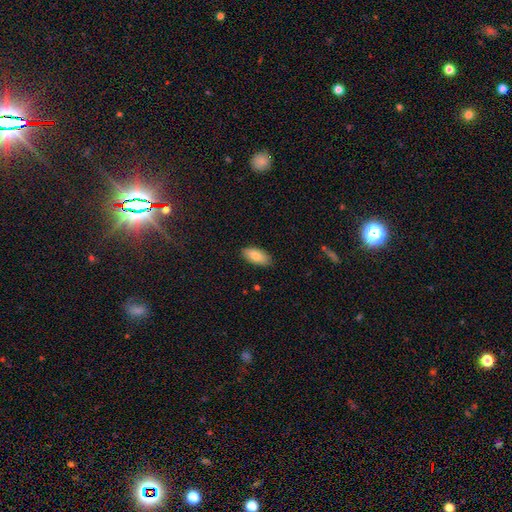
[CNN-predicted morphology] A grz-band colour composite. It shows a smooth galaxy with no disk features (81%) that is in between round and cigar-shaped (90%). Merging: none (86%).